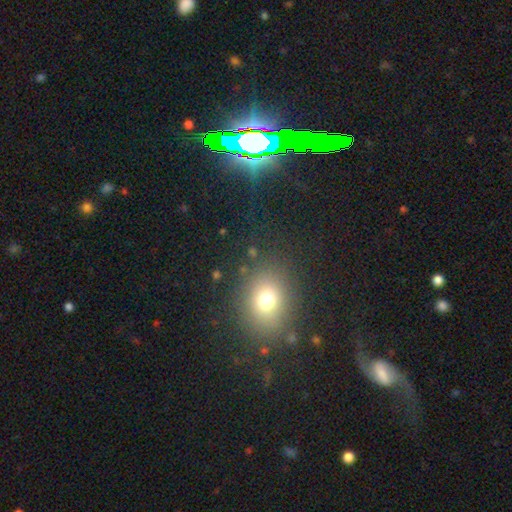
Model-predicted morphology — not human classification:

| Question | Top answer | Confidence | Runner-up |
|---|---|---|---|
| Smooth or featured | smooth | 48% | star or artifact (37%) |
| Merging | none | 85% | minor disturbance (9%) |